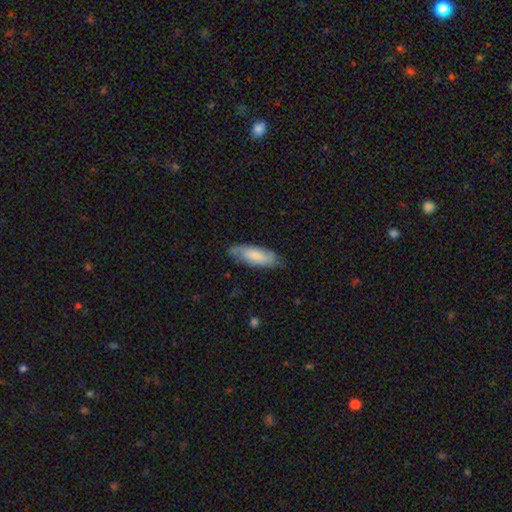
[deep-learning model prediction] Q: Smooth or featured?
A: smooth (66%); runner-up: featured or disk (28%)
Q: How rounded?
A: in between (68%); runner-up: cigar-shaped (31%)
Q: Merging?
A: none (73%); runner-up: minor disturbance (21%)